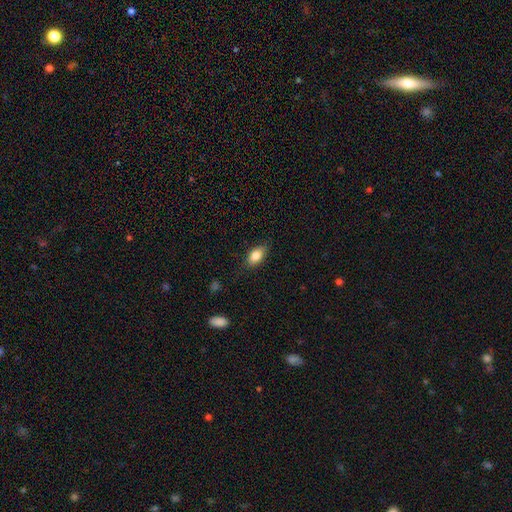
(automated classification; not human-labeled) The model was most divided on "merging": none: 78%, minor disturbance: 17%, major disturbance: 3%, merger: 1%. More confident: how rounded — in between (87%); smooth or featured — smooth (83%).